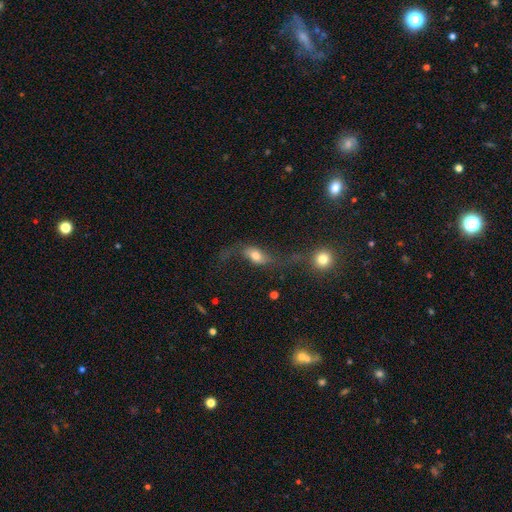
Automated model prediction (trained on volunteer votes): Morphology: type=smooth (47%); merging=none (34%).